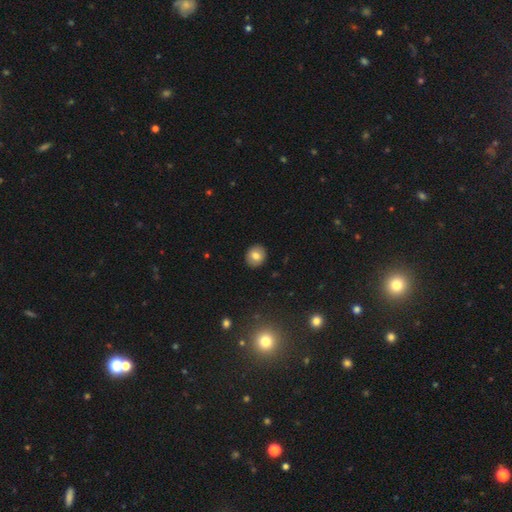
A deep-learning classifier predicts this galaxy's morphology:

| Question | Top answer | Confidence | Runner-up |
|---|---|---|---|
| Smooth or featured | smooth | 79% | featured or disk (12%) |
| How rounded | round | 73% | in between (26%) |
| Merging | none | 91% | minor disturbance (6%) |